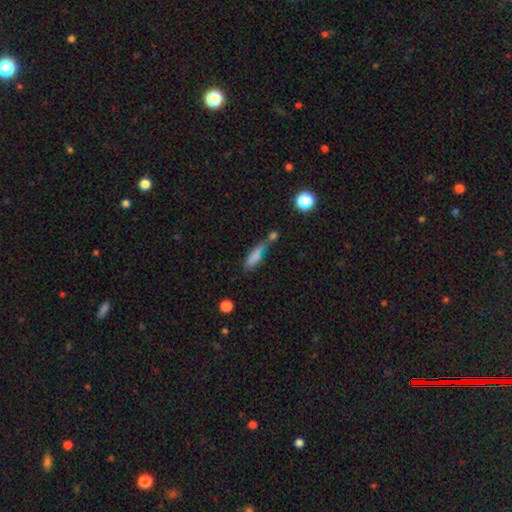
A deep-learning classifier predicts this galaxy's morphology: smooth-or-featured: smooth: 69% | featured or disk: 20% | star or artifact: 12%
  how-rounded: cigar-shaped: 54% | in between: 41% | round: 5%
  merging: merger: 33% | none: 31% | minor disturbance: 20% | major disturbance: 16%